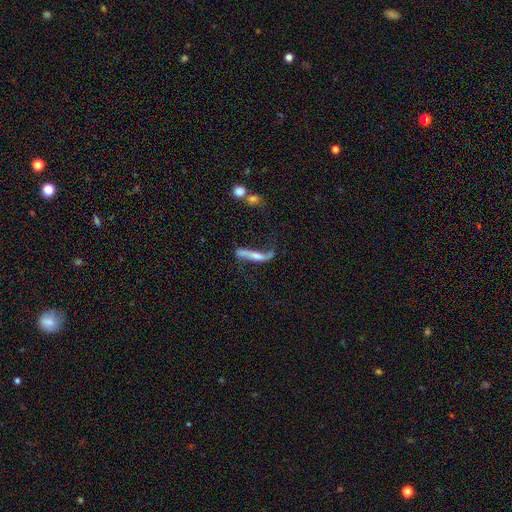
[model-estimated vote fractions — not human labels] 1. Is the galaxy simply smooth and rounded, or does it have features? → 68% featured or disk, 24% smooth, 8% star or artifact.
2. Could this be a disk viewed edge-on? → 52% yes, 48% no.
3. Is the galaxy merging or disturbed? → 46% none, 24% major disturbance, 22% minor disturbance, 8% merger.